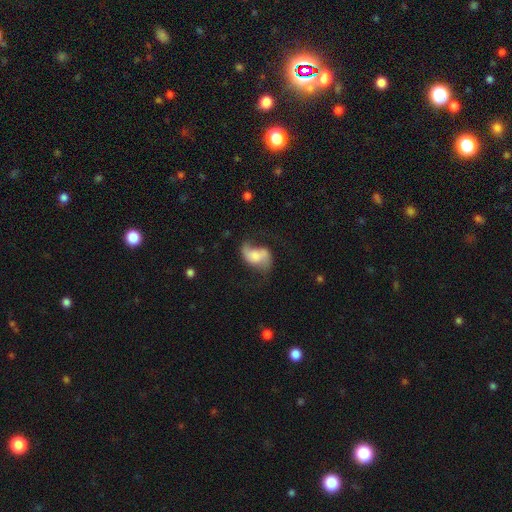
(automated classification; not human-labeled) A featured or disk galaxy (63%) with no bar (54%), 2 (86%) loose (69%) spiral arms (88%) and a moderate central bulge (32%). Merging: none (48%).